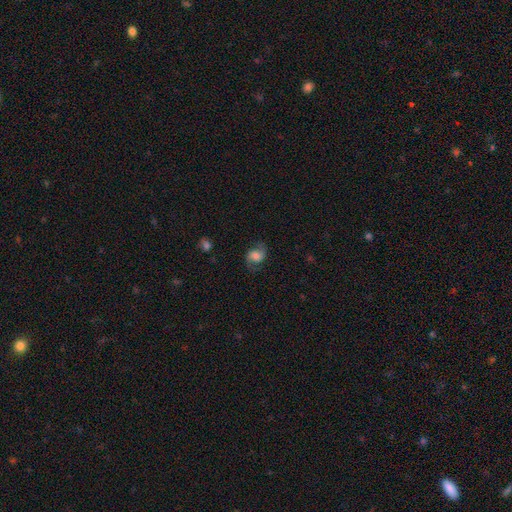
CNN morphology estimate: Smooth or featured? featured or disk (52%)
Edge-on disk? no (97%)
Bar? no (58%)
Spiral arms? yes (91%)
Bulge size? large (30%)
Merging? none (68%)